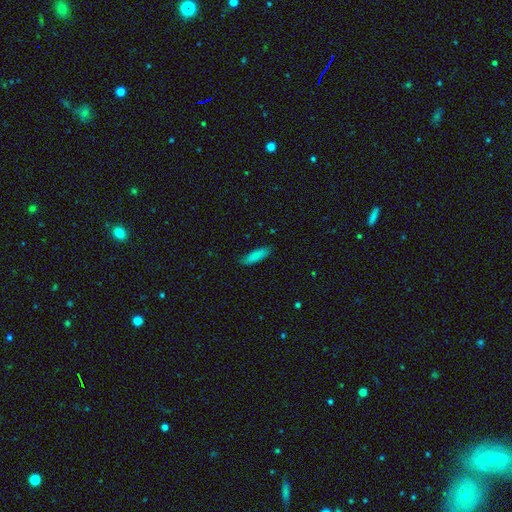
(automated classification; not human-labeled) Overall: smooth (85%). How rounded: cigar-shaped (53%; in between 45%). Merging: none (84%).